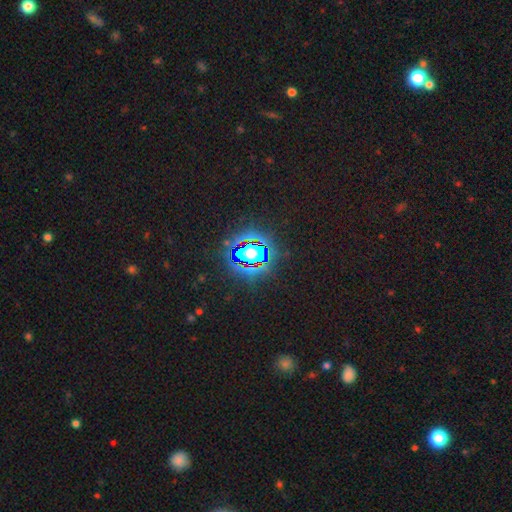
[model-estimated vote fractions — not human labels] smooth-or-featured: star or artifact: 80% | smooth: 12% | featured or disk: 8%